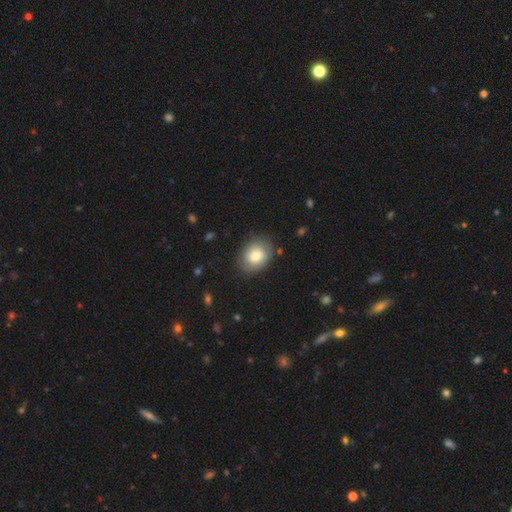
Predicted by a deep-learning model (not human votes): Smooth or featured: smooth — 78% (featured or disk — 14%)
How rounded: in between — 57% (round — 42%)
Merging: none — 80% (minor disturbance — 15%)